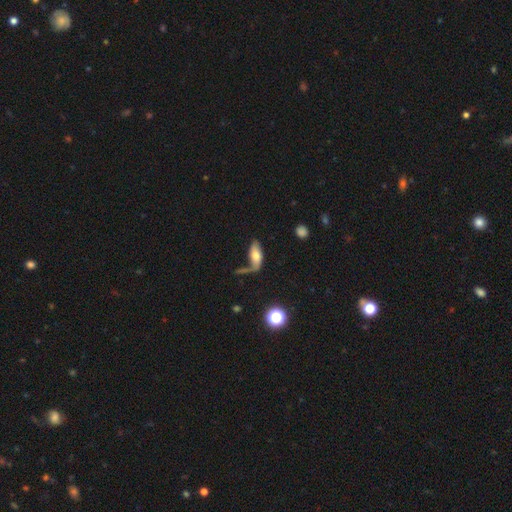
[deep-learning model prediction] A smooth galaxy with no disk features (57%) that is in between round and cigar-shaped (82%). Merging: none (35%).